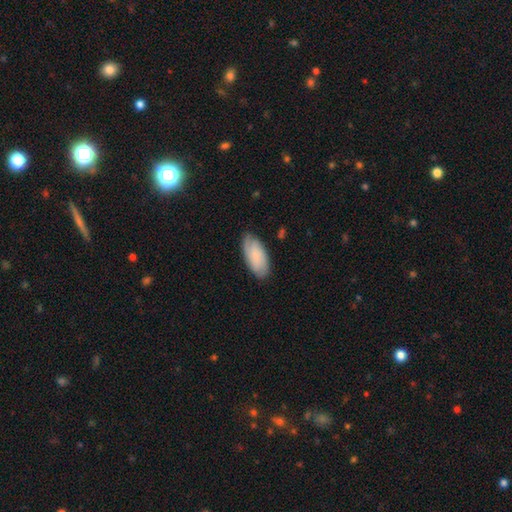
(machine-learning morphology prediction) smooth 60%, featured or disk 33%, star or artifact 7%. Down the decision tree: how rounded — in between (89%); merging — none (80%).